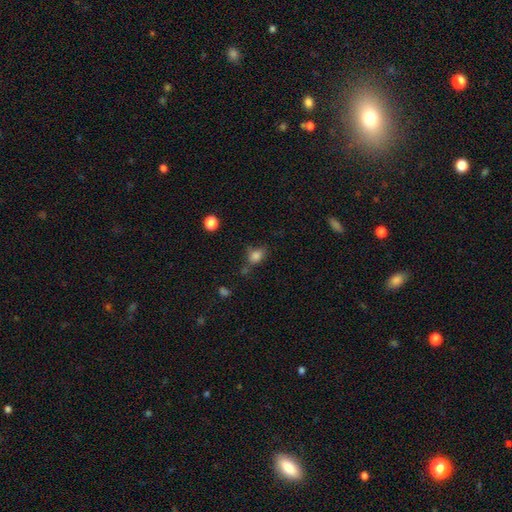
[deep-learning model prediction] smooth-or-featured: smooth: 81% | star or artifact: 12% | featured or disk: 7%
  how-rounded: in between: 60% | round: 38% | cigar-shaped: 2%
  merging: none: 55% | minor disturbance: 25% | merger: 10% | major disturbance: 10%